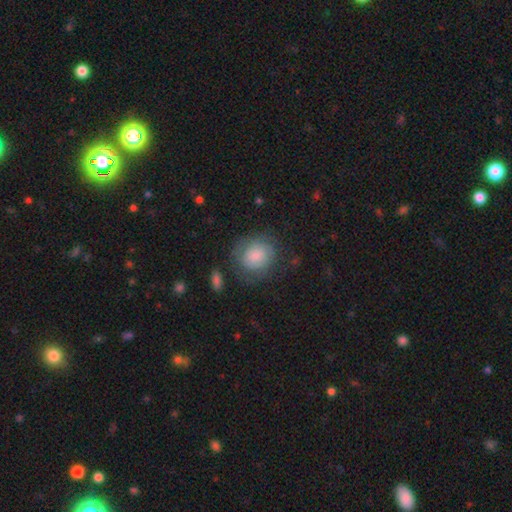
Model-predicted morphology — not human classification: Smooth or featured: smooth — 71% (featured or disk — 21%)
How rounded: round — 79% (in between — 20%)
Merging: none — 65% (minor disturbance — 20%)